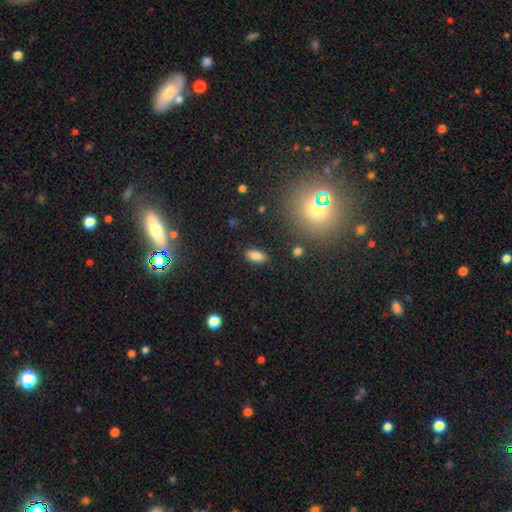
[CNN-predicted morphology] Smooth or featured?
  - smooth: 85% *
  - star or artifact: 10%
  - featured or disk: 5%
How rounded?
  - in between: 91% *
  - cigar-shaped: 5%
  - round: 4%
Merging?
  - none: 87% *
  - minor disturbance: 9%
  - major disturbance: 3%
  - merger: 2%